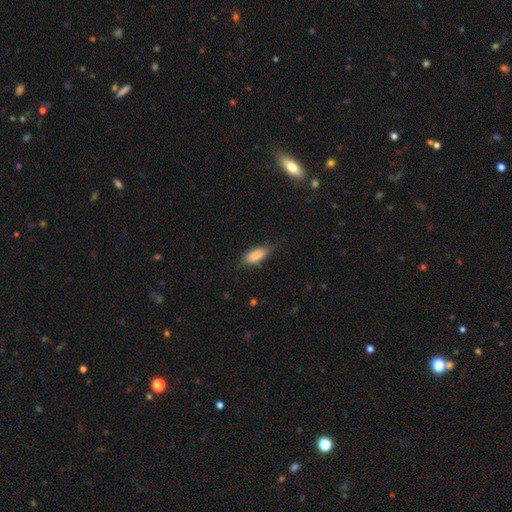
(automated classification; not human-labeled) A smooth galaxy with no disk features (85%) that is in between round and cigar-shaped (82%).

Vote fractions:
- Smooth or featured? smooth: 85% / featured or disk: 8% / star or artifact: 7%
- How rounded? in between: 82% / cigar-shaped: 15% / round: 2%
- Merging? none: 68% / minor disturbance: 25% / major disturbance: 6% / merger: 1%